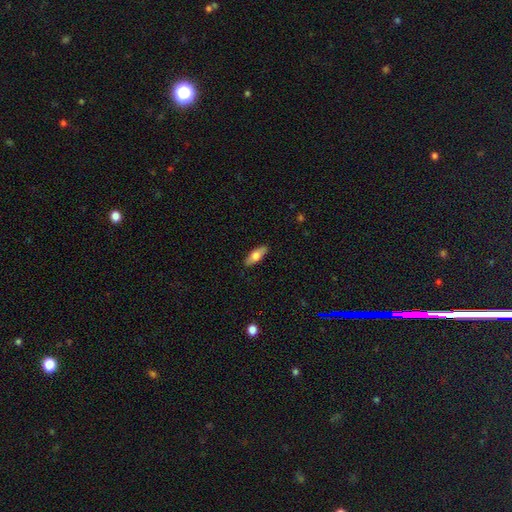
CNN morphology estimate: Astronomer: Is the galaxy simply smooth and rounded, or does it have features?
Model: smooth — 68%.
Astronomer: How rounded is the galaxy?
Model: in between — 70%.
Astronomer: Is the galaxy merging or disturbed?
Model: none — 88%.